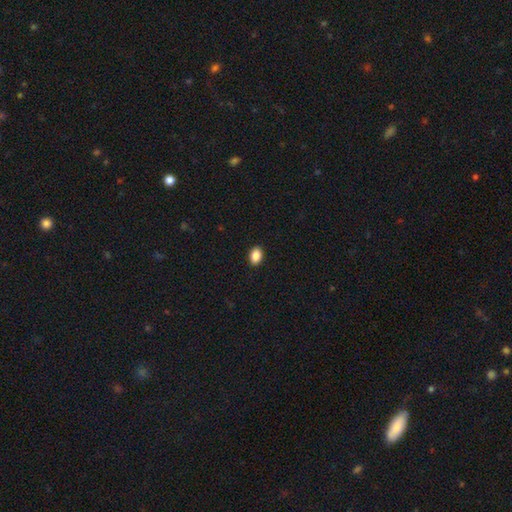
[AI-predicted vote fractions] smooth_or_featured: smooth (p=0.89) [alt: star or artifact p=0.08]
how_rounded: in between (p=0.83) [alt: round p=0.15]
merging: none (p=0.90) [alt: minor disturbance p=0.07]